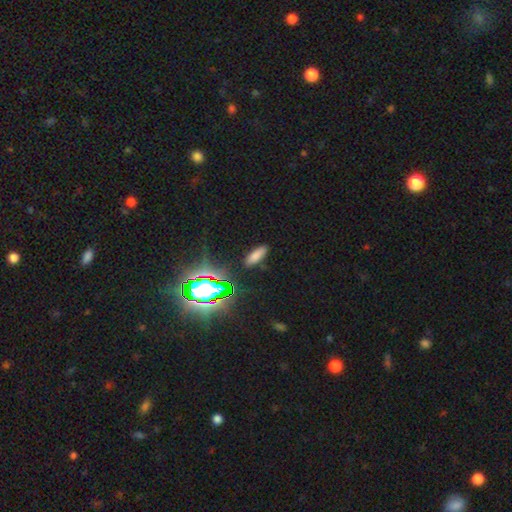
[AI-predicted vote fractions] smooth-or-featured: smooth: 72% | star or artifact: 20% | featured or disk: 8%
  how-rounded: in between: 59% | cigar-shaped: 38% | round: 3%
  merging: none: 87% | minor disturbance: 8% | major disturbance: 3% | merger: 2%